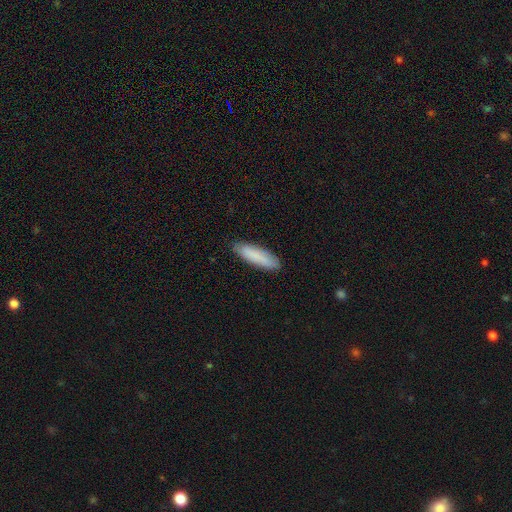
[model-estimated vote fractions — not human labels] smooth-or-featured: smooth: 83% | featured or disk: 11% | star or artifact: 6%
  how-rounded: cigar-shaped: 67% | in between: 32% | round: 1%
  merging: none: 84% | minor disturbance: 13% | major disturbance: 2% | merger: 1%